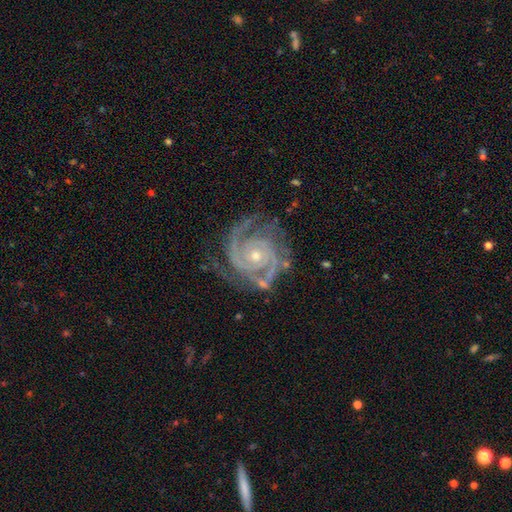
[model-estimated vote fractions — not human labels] Overall: featured or disk (93%). Edge-on disk: no (98%). Bar: no (73%). Spiral arms: yes (99%). Spiral arm count: 2 (62%). Spiral winding: tight (68%; medium 29%). Bulge size: small (56%; moderate 41%). Merging: none (71%).